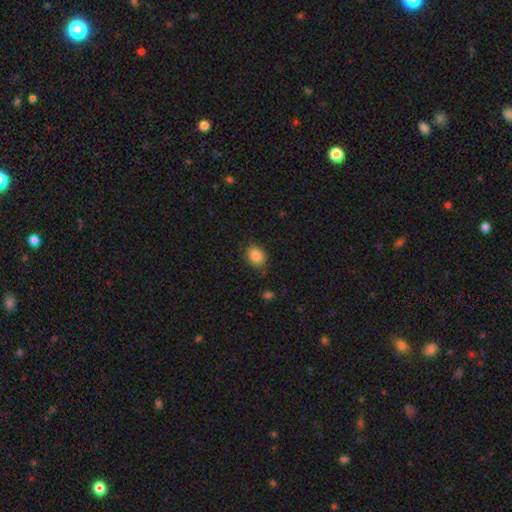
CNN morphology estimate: Smooth or featured? smooth (87%)
How rounded? in between (53%)
Merging? none (84%)